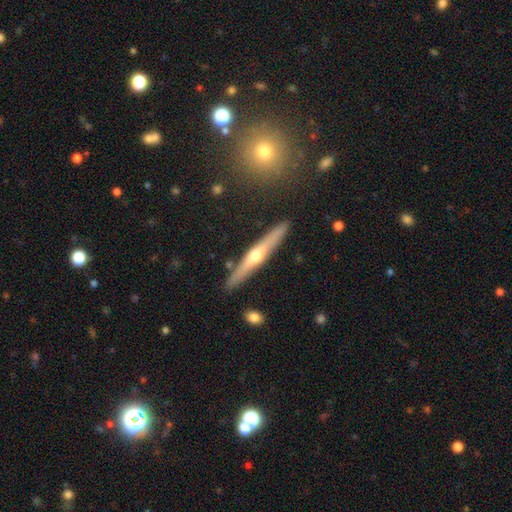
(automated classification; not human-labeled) Smooth or featured? featured or disk (68%)
Edge-on disk? yes (96%)
Edge-on bulge? rounded (90%)
Merging? none (89%)